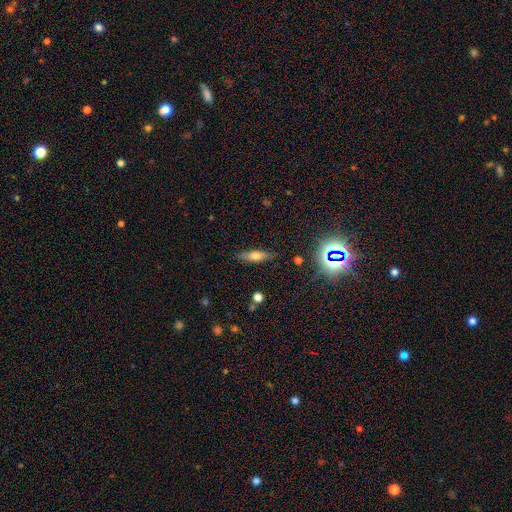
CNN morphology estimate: A smooth galaxy with no disk features (59%) that is cigar-shaped (55%). Merging: none (83%).